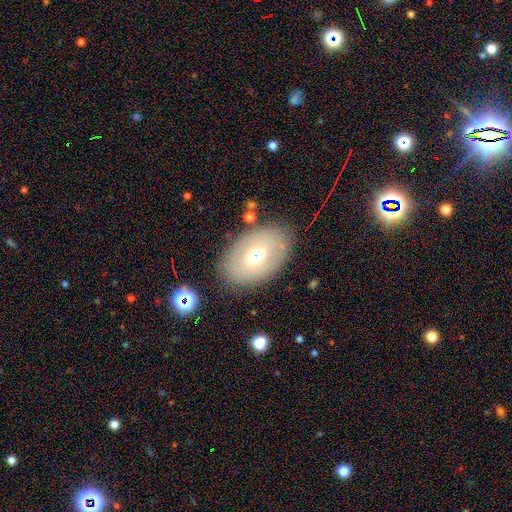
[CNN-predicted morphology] Smooth or featured: smooth — 59% (featured or disk — 32%)
How rounded: in between — 86% (round — 12%)
Merging: none — 79% (minor disturbance — 13%)